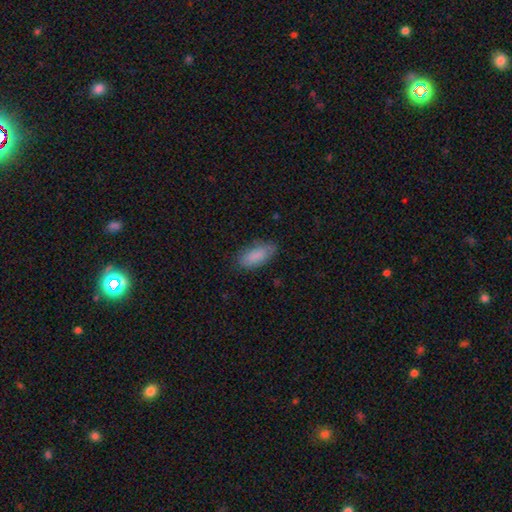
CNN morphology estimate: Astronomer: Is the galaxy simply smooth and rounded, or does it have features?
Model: smooth — 87%.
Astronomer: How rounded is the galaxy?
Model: in between — 86%.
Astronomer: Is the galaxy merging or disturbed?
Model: none — 78%.